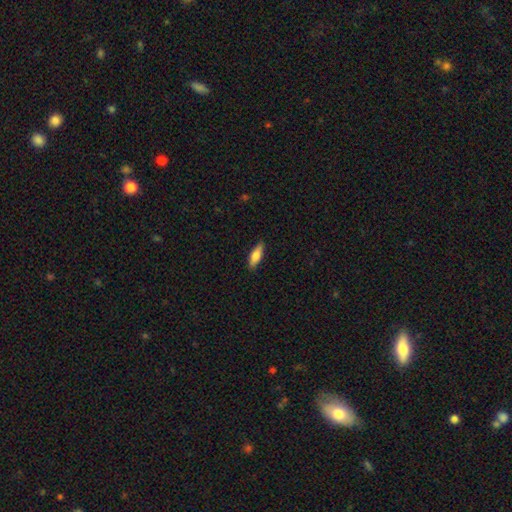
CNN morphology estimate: smooth 74%, featured or disk 20%, star or artifact 6%. Down the decision tree: how rounded — in between (54%); merging — none (88%).